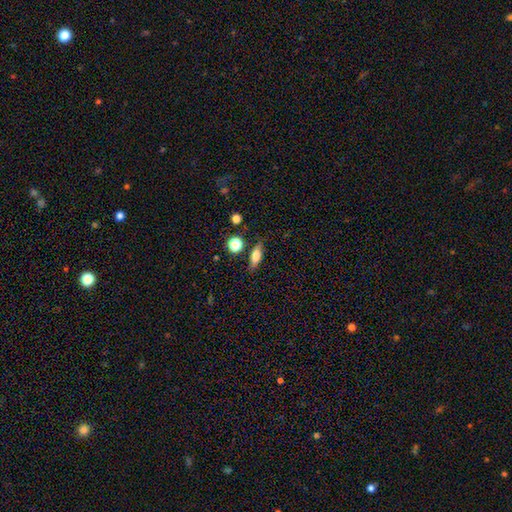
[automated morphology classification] Q: Smooth or featured?
A: smooth (67%); runner-up: featured or disk (24%)
Q: How rounded?
A: in between (59%); runner-up: cigar-shaped (33%)
Q: Merging?
A: none (80%); runner-up: minor disturbance (13%)